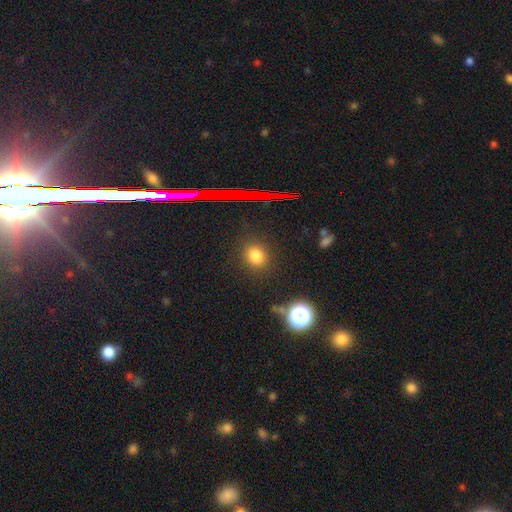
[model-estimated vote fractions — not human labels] The model was most divided on "how rounded": round: 67%, in between: 32%, cigar-shaped: 2%. More confident: merging — none (88%); smooth or featured — smooth (78%).